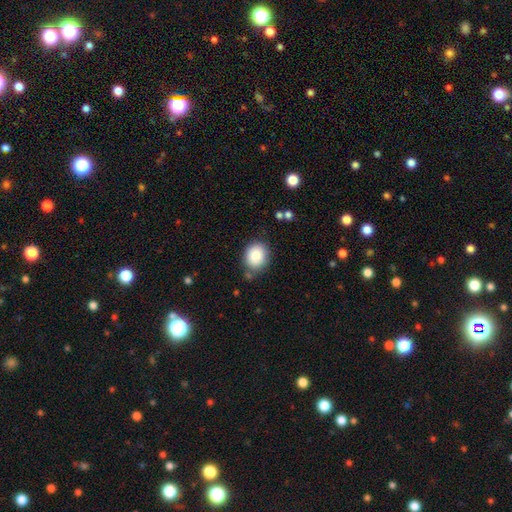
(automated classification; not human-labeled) Smooth or featured? smooth (87%)
How rounded? round (63%)
Merging? none (78%)